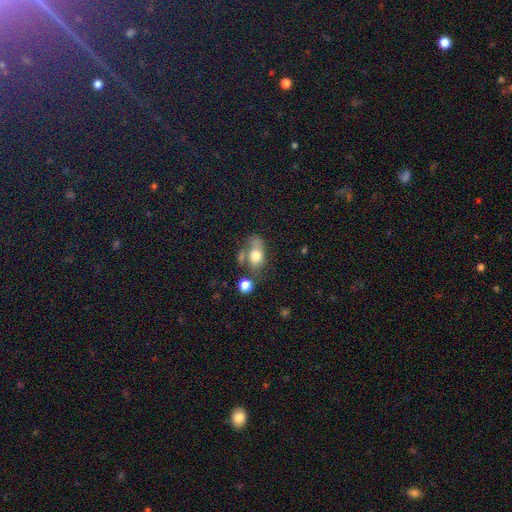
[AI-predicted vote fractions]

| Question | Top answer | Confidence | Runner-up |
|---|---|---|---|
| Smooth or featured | smooth | 70% | featured or disk (20%) |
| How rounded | in between | 71% | round (26%) |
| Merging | none | 35% | merger (25%) |